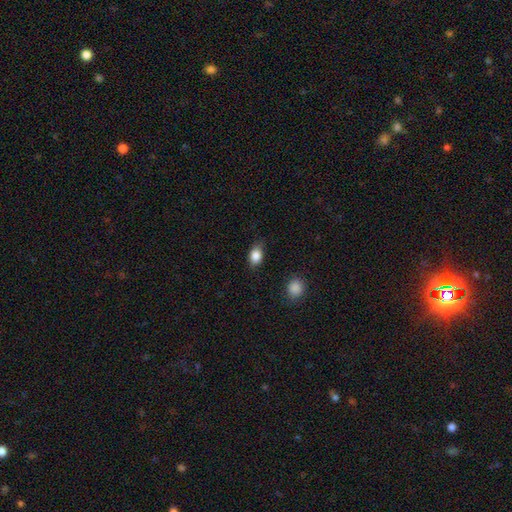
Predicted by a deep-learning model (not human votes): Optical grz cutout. It shows a smooth galaxy with no disk features (85%) that is in between round and cigar-shaped (71%). Merging: none (75%).